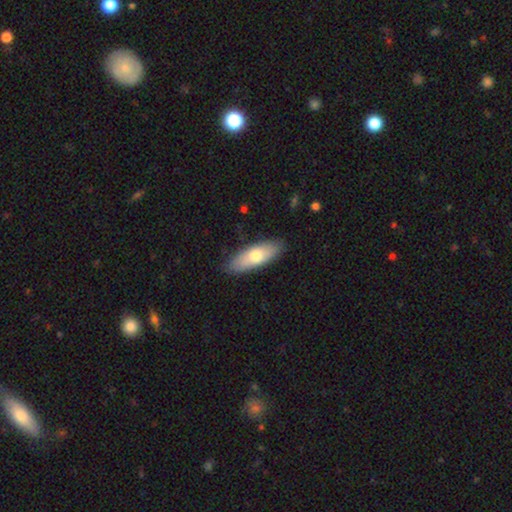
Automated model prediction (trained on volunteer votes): Morphology: type=smooth (68%); roundness=in between (68%); merging=none (85%).